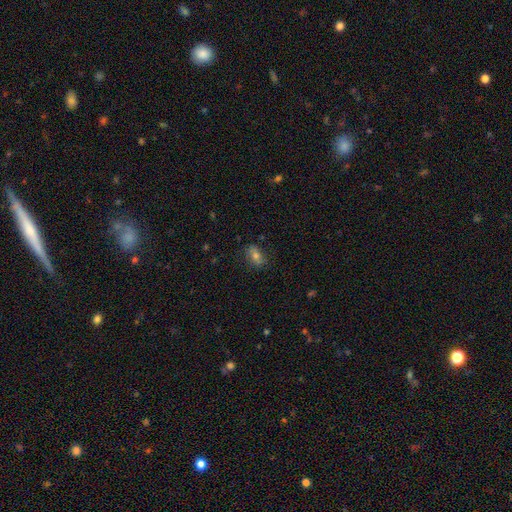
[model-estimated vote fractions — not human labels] Smooth or featured?
  - smooth: 59% *
  - featured or disk: 26%
  - star or artifact: 15%
How rounded?
  - in between: 76% *
  - round: 20%
  - cigar-shaped: 4%
Merging?
  - none: 80% *
  - minor disturbance: 15%
  - major disturbance: 4%
  - merger: 1%